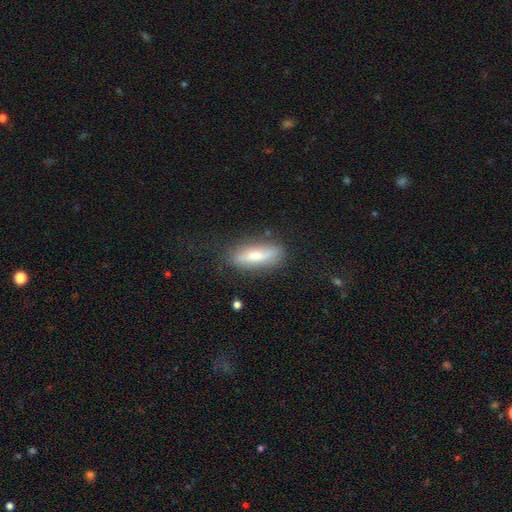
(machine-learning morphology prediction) smooth-or-featured: smooth: 63% | featured or disk: 31% | star or artifact: 7%
  how-rounded: in between: 52% | cigar-shaped: 45% | round: 3%
  merging: none: 79% | minor disturbance: 15% | major disturbance: 4% | merger: 2%